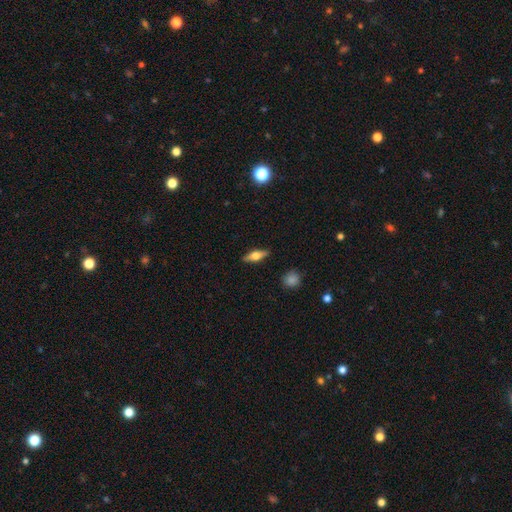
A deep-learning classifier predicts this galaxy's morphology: Overall: featured or disk (48%; smooth 45%). Merging: none (88%).